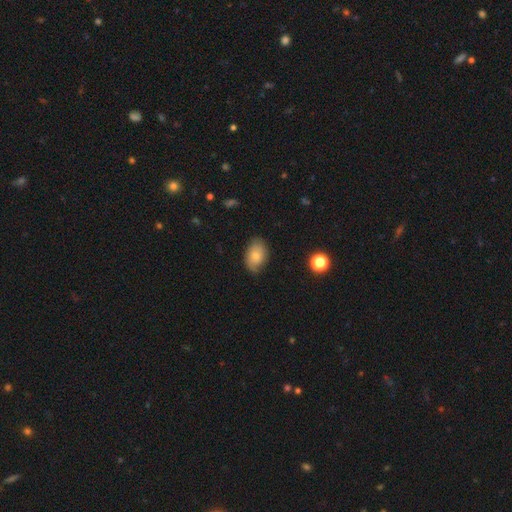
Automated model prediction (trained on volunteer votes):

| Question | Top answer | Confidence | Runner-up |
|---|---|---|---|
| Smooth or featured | smooth | 64% | featured or disk (28%) |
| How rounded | in between | 85% | round (13%) |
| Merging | none | 71% | minor disturbance (22%) |